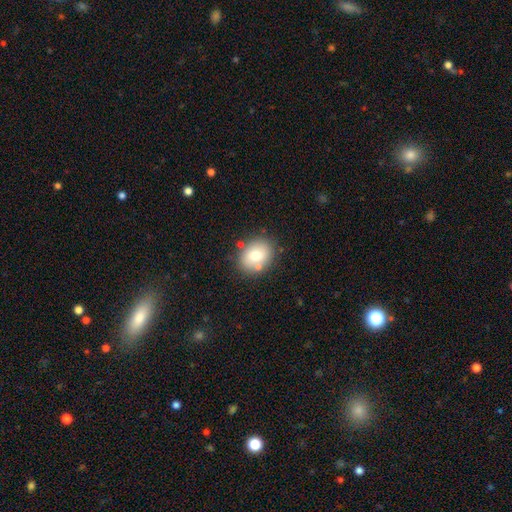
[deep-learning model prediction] smooth 73%, featured or disk 18%, star or artifact 9%. Down the decision tree: how rounded — in between (51%); merging — none (76%).